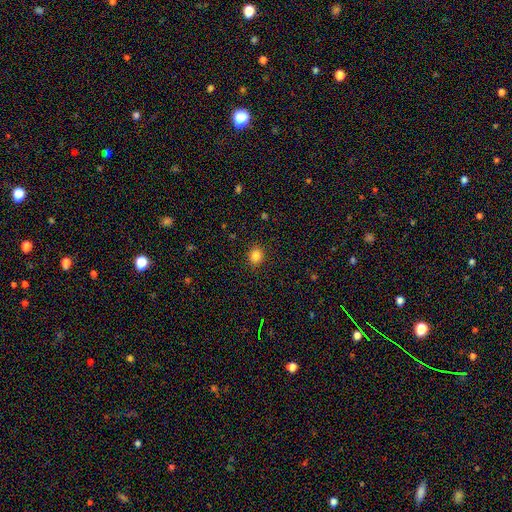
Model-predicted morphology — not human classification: This is clearly a smooth galaxy (84%). How rounded: clearly round (81%). Merging: clearly none (91%).